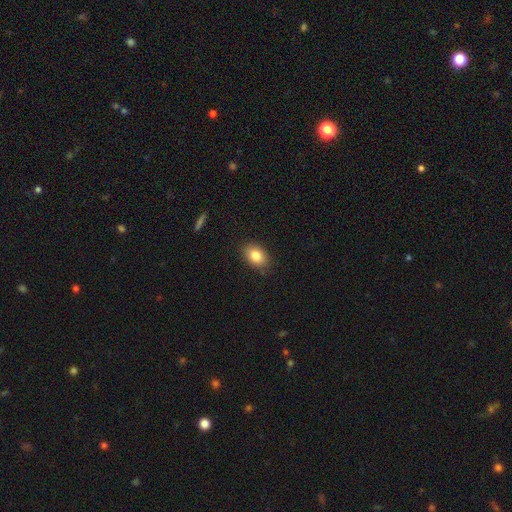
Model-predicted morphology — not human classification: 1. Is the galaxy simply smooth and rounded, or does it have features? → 84% smooth, 8% star or artifact, 8% featured or disk.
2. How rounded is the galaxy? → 83% in between, 16% round, 1% cigar-shaped.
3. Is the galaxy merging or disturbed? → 86% none, 10% minor disturbance, 2% major disturbance, 1% merger.